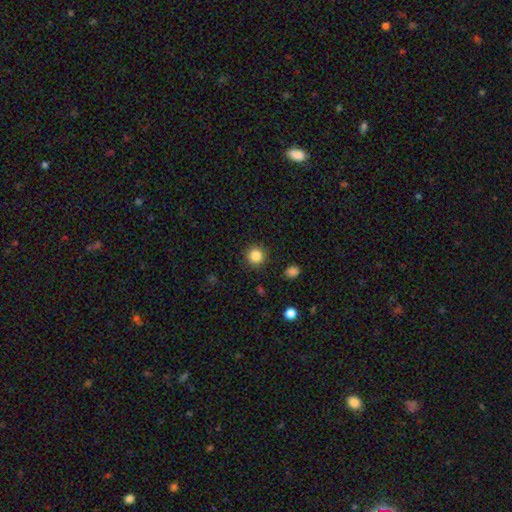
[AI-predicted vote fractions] Smooth or featured?
  - smooth: 85% *
  - star or artifact: 10%
  - featured or disk: 4%
How rounded?
  - round: 94% *
  - in between: 5%
  - cigar-shaped: 1%
Merging?
  - none: 91% *
  - minor disturbance: 6%
  - major disturbance: 2%
  - merger: 1%